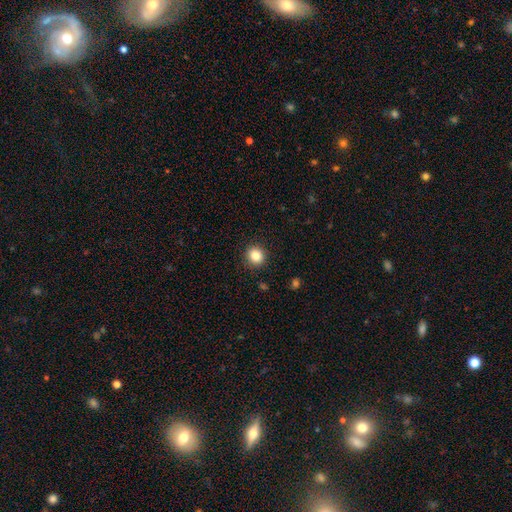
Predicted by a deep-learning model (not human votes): The model was most divided on "smooth or featured": smooth: 85%, star or artifact: 10%, featured or disk: 5%. More confident: merging — none (90%); how rounded — round (89%).